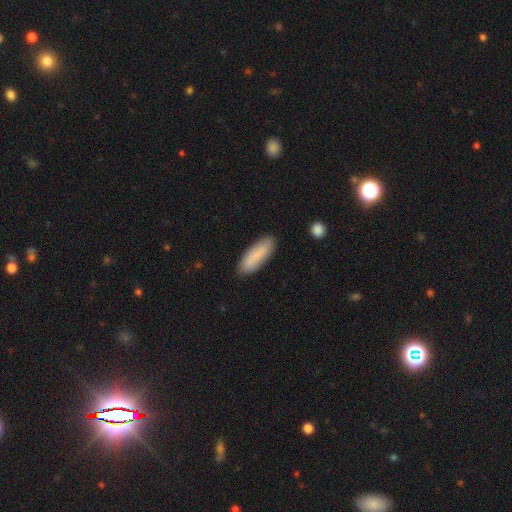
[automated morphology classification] smooth 84%, featured or disk 10%, star or artifact 6%. Down the decision tree: how rounded — in between (54%); merging — none (86%).